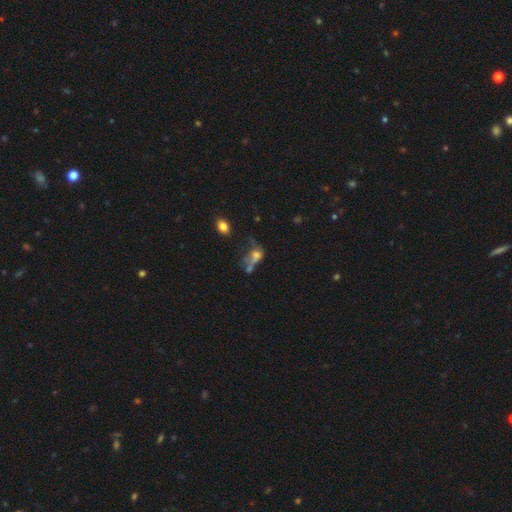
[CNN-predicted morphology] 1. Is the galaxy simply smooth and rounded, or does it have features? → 46% smooth, 34% featured or disk, 20% star or artifact.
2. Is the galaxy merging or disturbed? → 36% merger, 28% major disturbance, 22% none, 13% minor disturbance.